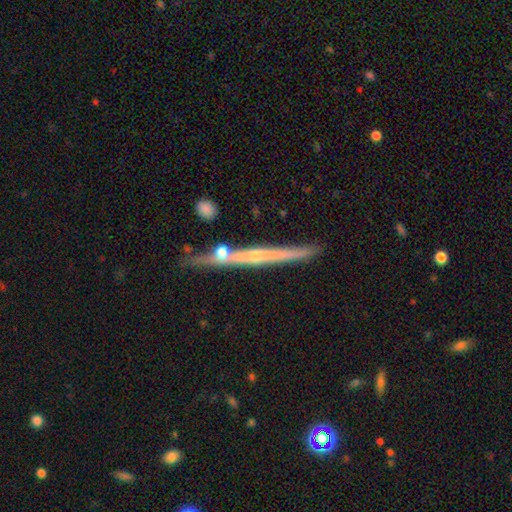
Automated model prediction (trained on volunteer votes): Smooth or featured?
  - featured or disk: 66% *
  - smooth: 26%
  - star or artifact: 7%
Edge-on disk?
  - yes: 96% *
  - no: 4%
Edge-on bulge?
  - none: 55% *
  - rounded: 40%
  - boxy: 5%
Merging?
  - none: 77% *
  - minor disturbance: 11%
  - merger: 9%
  - major disturbance: 2%